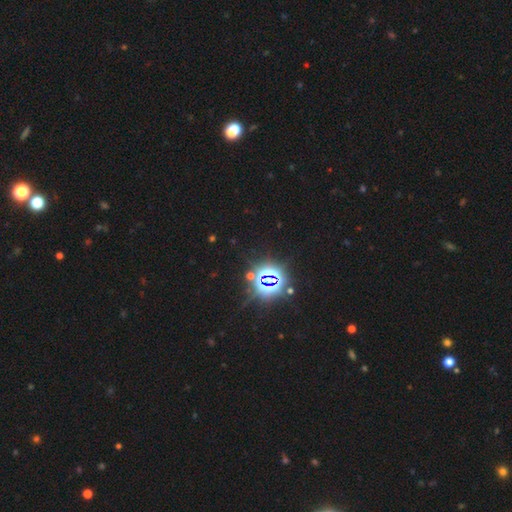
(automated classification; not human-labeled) A star or artifact, not a galaxy (85%).